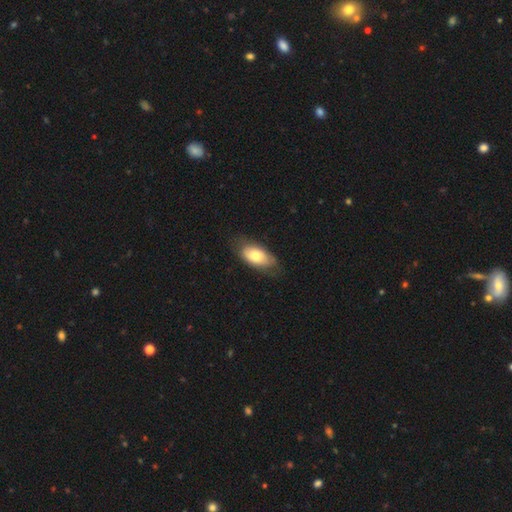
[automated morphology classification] Smooth or featured? smooth (71%)
How rounded? in between (92%)
Merging? none (70%)